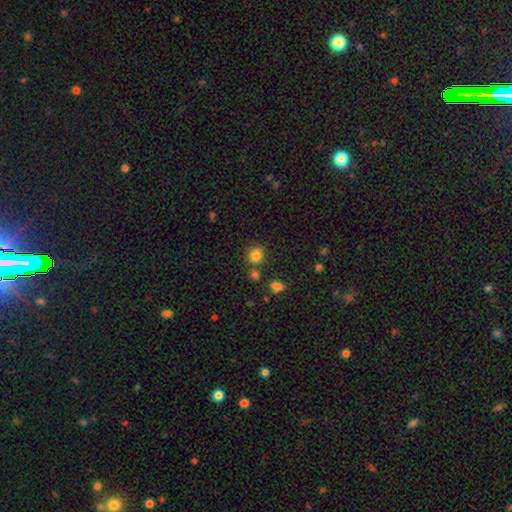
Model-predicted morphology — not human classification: Smooth or featured? Predicted: smooth (p=0.82). How rounded? Predicted: round (p=0.83). Merging? Predicted: none (p=0.74).